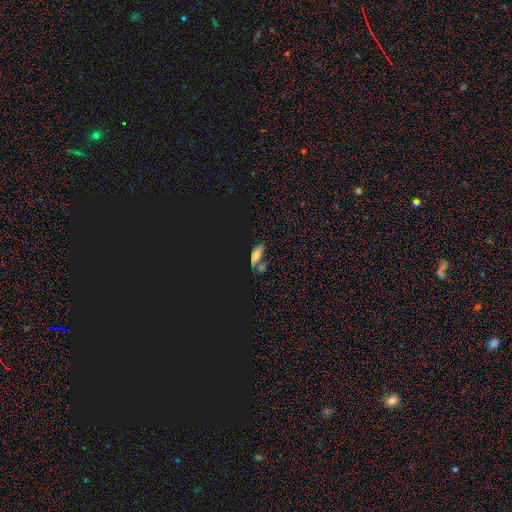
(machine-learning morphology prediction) A star or artifact, not a galaxy (51%).